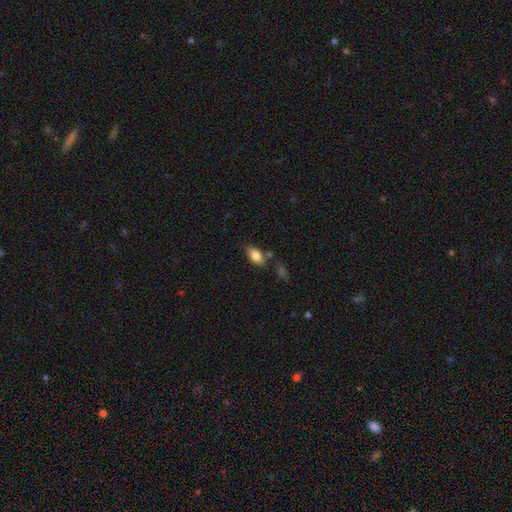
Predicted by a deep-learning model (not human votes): Smooth or featured? smooth (81%)
How rounded? in between (88%)
Merging? none (72%)